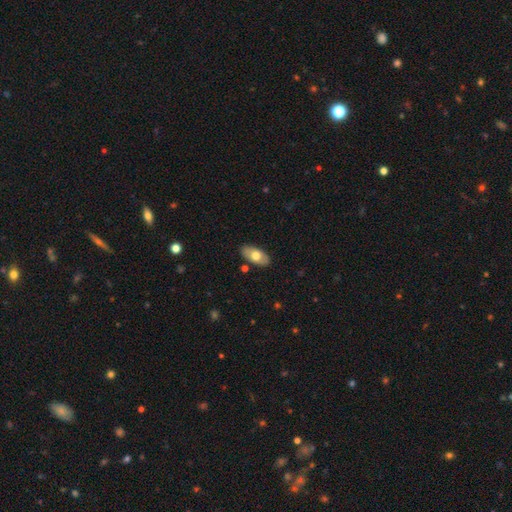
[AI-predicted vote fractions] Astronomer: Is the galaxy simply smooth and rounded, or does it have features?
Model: smooth — 64%.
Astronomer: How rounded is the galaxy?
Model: in between — 93%.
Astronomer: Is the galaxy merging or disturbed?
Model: none — 86%.